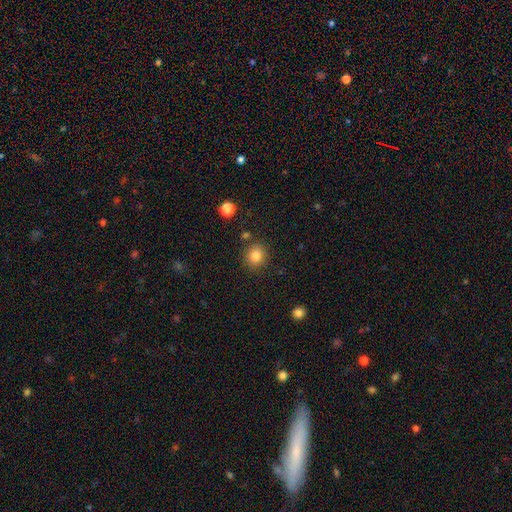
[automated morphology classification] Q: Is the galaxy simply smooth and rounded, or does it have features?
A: smooth — 83%.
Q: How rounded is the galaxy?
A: round — 86%.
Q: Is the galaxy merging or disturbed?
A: none — 84%.